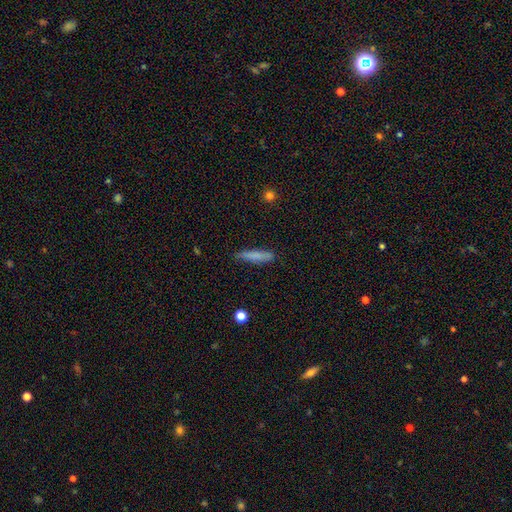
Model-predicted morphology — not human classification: This appears to be a smooth galaxy with no disk features (78%) that is cigar-shaped (85%). Merging: none (80%).